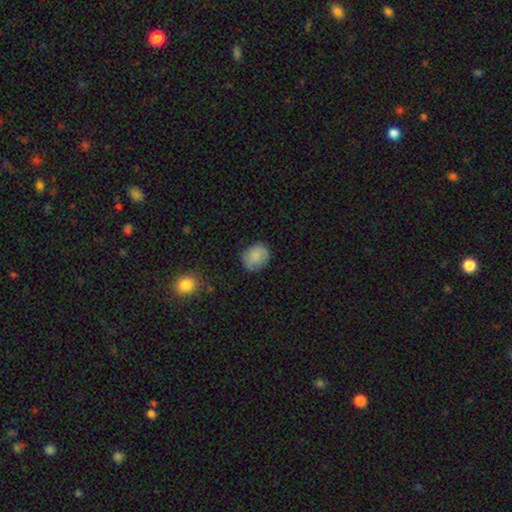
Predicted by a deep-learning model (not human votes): smooth_or_featured: smooth (p=0.86) [alt: star or artifact p=0.07]
how_rounded: round (p=0.57) [alt: in between p=0.42]
merging: none (p=0.79) [alt: minor disturbance p=0.16]